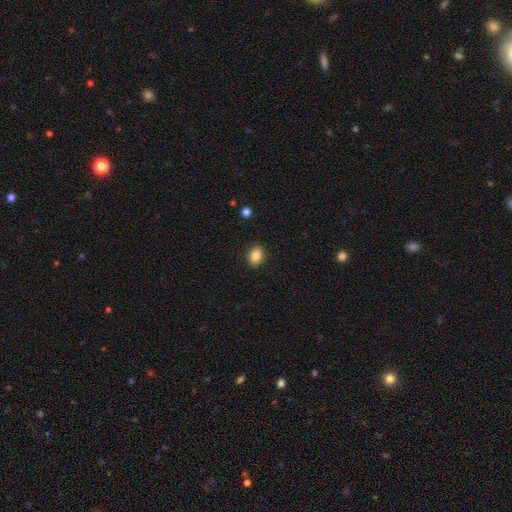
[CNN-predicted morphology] smooth_or_featured: smooth (p=0.86) [alt: star or artifact p=0.09]
how_rounded: in between (p=0.63) [alt: round p=0.35]
merging: none (p=0.90) [alt: minor disturbance p=0.07]